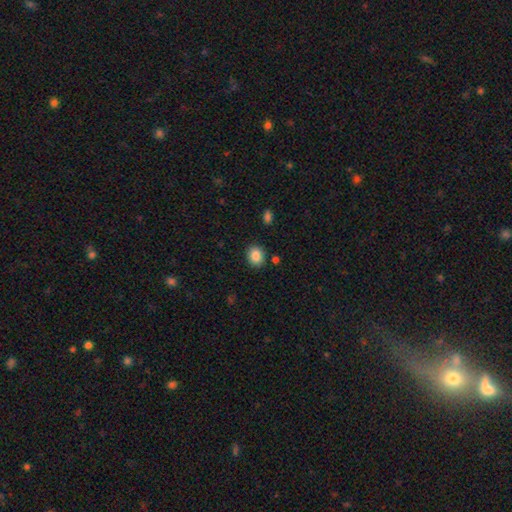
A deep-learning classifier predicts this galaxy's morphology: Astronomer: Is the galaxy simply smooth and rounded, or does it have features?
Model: smooth — 86%.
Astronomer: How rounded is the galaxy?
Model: round — 61% (runner-up: in between, 39%).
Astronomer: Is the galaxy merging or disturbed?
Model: none — 86%.